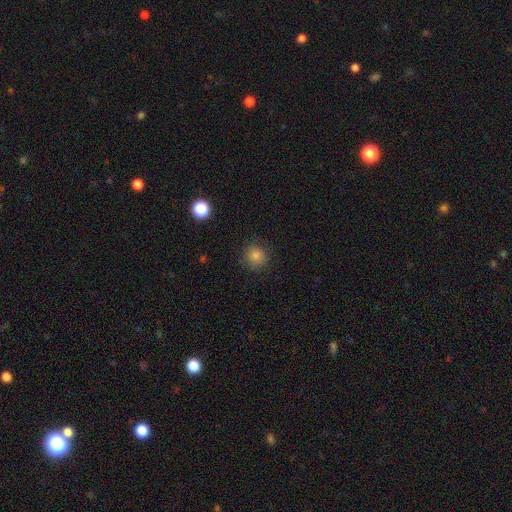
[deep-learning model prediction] A smooth galaxy with no disk features (84%) that is round (92%).

Vote fractions:
- Smooth or featured? smooth: 84% / star or artifact: 12% / featured or disk: 4%
- How rounded? round: 92% / in between: 7% / cigar-shaped: 1%
- Merging? none: 88% / minor disturbance: 8% / major disturbance: 3% / merger: 1%